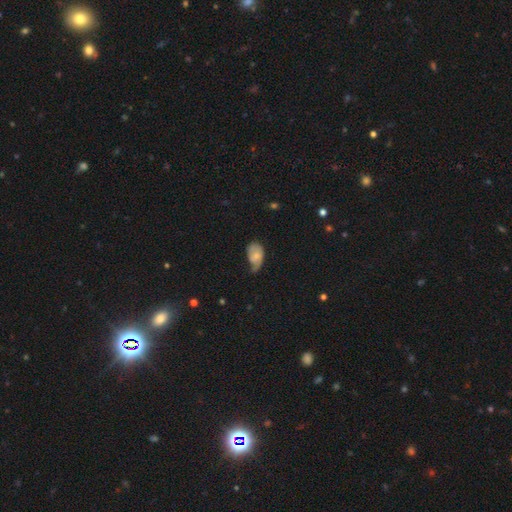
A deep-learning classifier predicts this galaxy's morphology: smooth 61%, featured or disk 31%, star or artifact 8%. Down the decision tree: how rounded — in between (89%); merging — minor disturbance (44%).